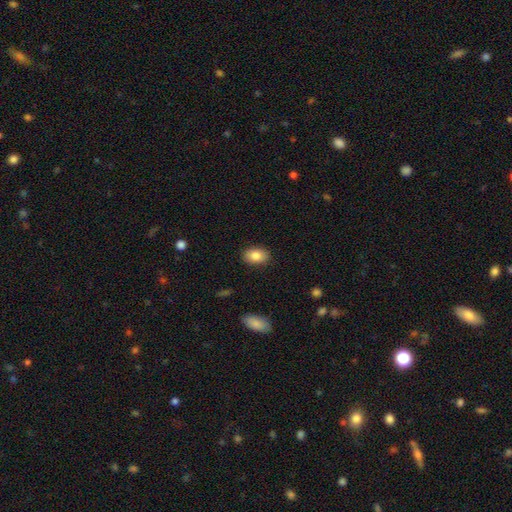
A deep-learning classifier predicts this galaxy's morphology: A smooth galaxy with no disk features (84%) that is in between round and cigar-shaped (86%).

Vote fractions:
- Smooth or featured? smooth: 84% / featured or disk: 9% / star or artifact: 8%
- How rounded? in between: 86% / round: 13% / cigar-shaped: 1%
- Merging? none: 88% / minor disturbance: 9% / major disturbance: 2% / merger: 1%